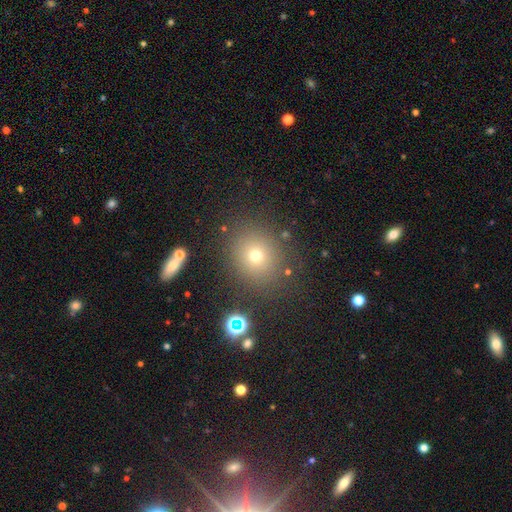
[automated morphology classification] smooth-or-featured: smooth: 68% | star or artifact: 21% | featured or disk: 11%
  how-rounded: round: 81% | in between: 18% | cigar-shaped: 1%
  merging: none: 84% | minor disturbance: 9% | major disturbance: 4% | merger: 4%